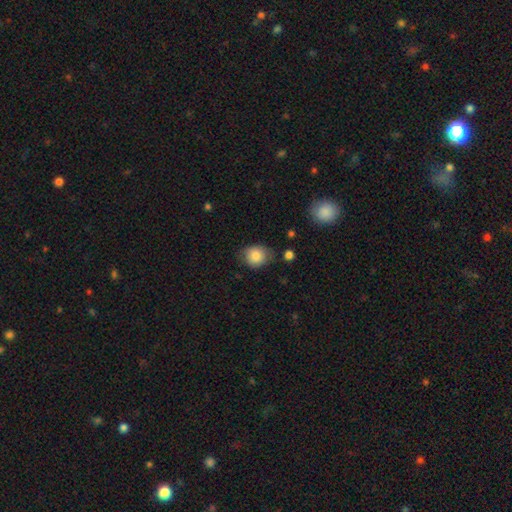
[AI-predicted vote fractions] Morphology: type=smooth (83%); roundness=round (64%); merging=none (67%).